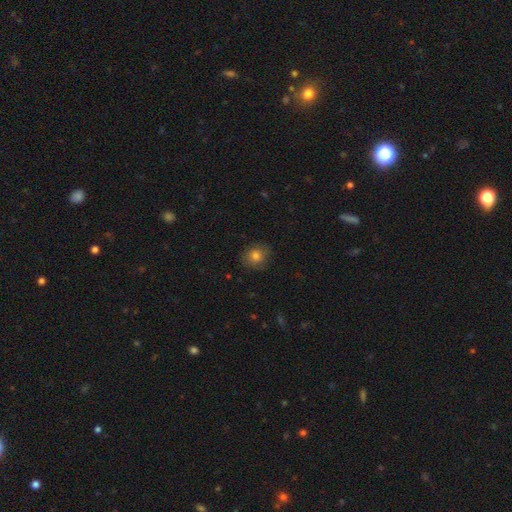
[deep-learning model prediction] A smooth galaxy with no disk features (78%) that is round (71%).

Vote fractions:
- Smooth or featured? smooth: 78% / star or artifact: 11% / featured or disk: 11%
- How rounded? round: 71% / in between: 28% / cigar-shaped: 1%
- Merging? none: 81% / minor disturbance: 14% / major disturbance: 4% / merger: 1%